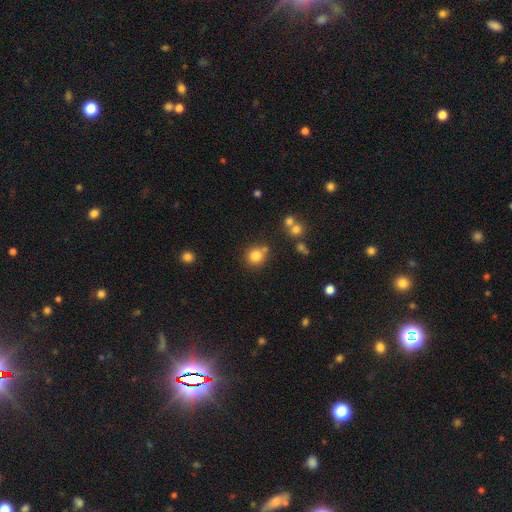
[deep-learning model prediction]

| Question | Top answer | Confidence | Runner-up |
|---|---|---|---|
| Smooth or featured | smooth | 82% | star or artifact (12%) |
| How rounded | round | 88% | in between (11%) |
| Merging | none | 69% | merger (14%) |